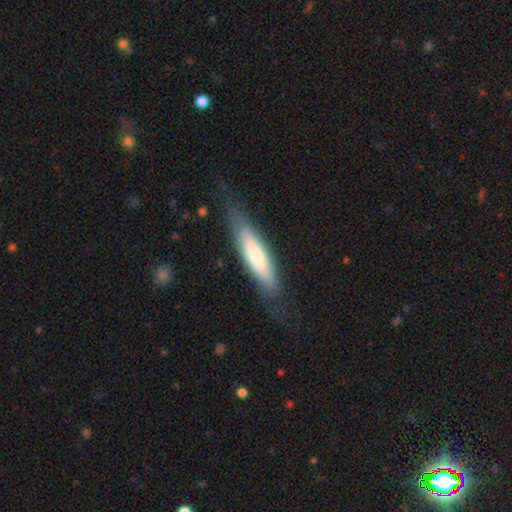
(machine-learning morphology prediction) type=smooth (64%); roundness=cigar-shaped (73%); merging=none (73%).